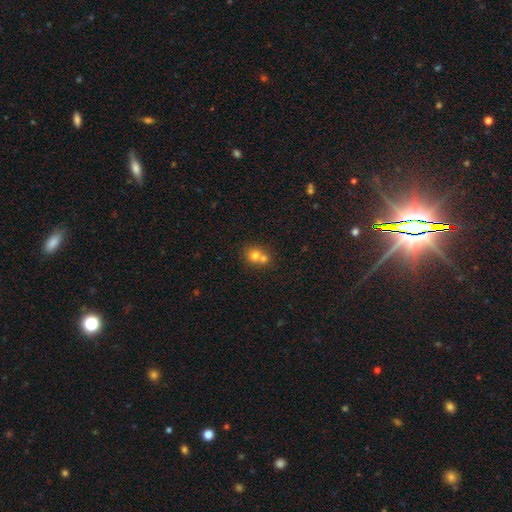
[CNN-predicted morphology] Smooth or featured? Predicted: smooth (p=0.73). How rounded? Predicted: round (p=0.79). Merging? Predicted: merger (p=0.59).